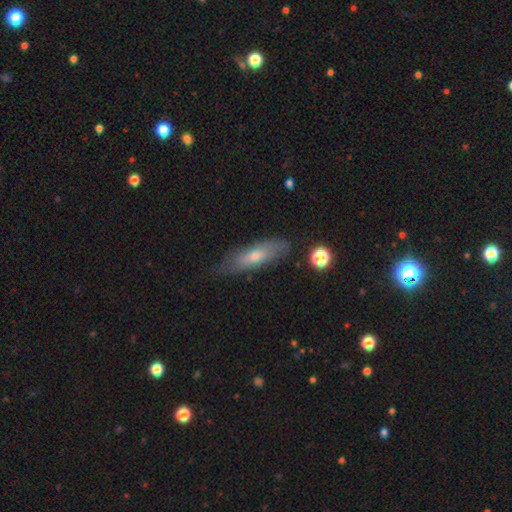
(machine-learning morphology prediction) smooth 58%, featured or disk 35%, star or artifact 7%. Down the decision tree: how rounded — cigar-shaped (54%); merging — none (75%).